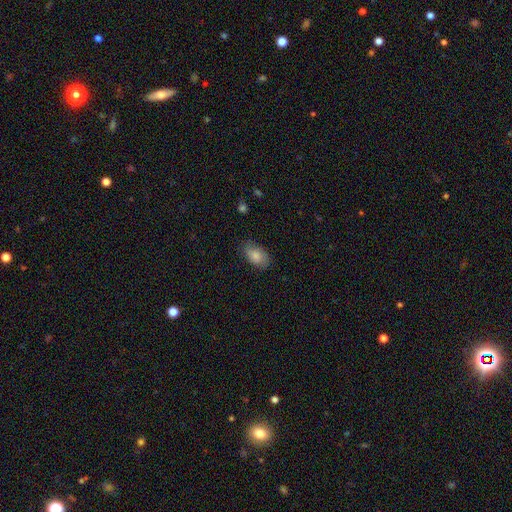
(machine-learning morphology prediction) Smooth or featured? Predicted: smooth (p=0.84). How rounded? Predicted: in between (p=0.92). Merging? Predicted: none (p=0.78).